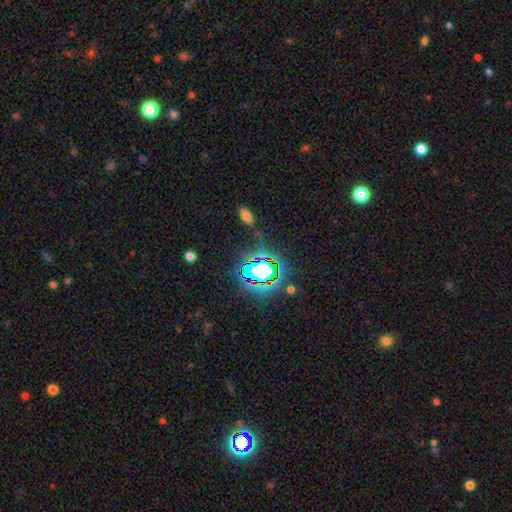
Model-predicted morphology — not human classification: Smooth or featured: star or artifact — 81% (smooth — 12%)